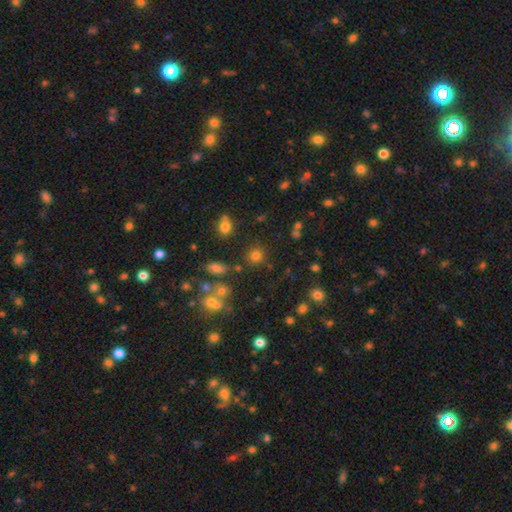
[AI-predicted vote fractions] smooth_or_featured: smooth (p=0.73) [alt: star or artifact p=0.19]
how_rounded: round (p=0.87) [alt: in between p=0.12]
merging: none (p=0.79) [alt: minor disturbance p=0.10]